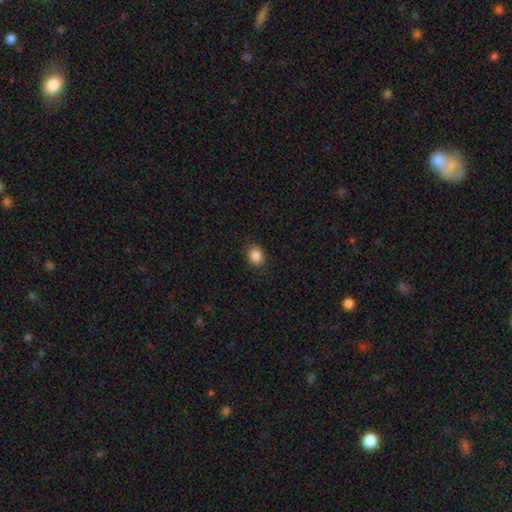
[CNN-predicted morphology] A smooth galaxy with no disk features (86%) that is in between round and cigar-shaped (53%).

Vote fractions:
- Smooth or featured? smooth: 86% / star or artifact: 10% / featured or disk: 4%
- How rounded? in between: 53% / round: 46% / cigar-shaped: 1%
- Merging? none: 87% / minor disturbance: 10% / major disturbance: 3% / merger: 1%